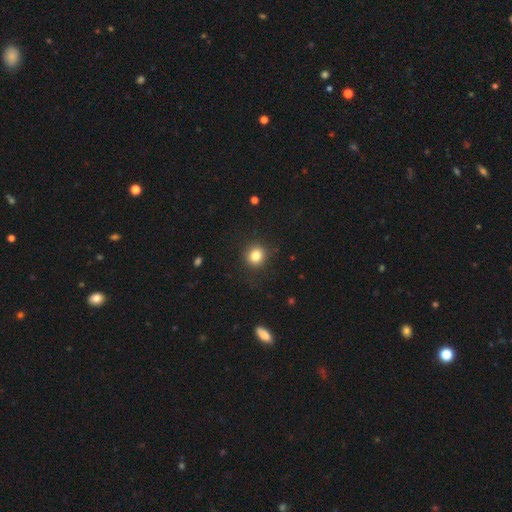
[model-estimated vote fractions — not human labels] Smooth or featured?
  - smooth: 83% *
  - star or artifact: 12%
  - featured or disk: 6%
How rounded?
  - round: 85% *
  - in between: 14%
  - cigar-shaped: 1%
Merging?
  - none: 87% *
  - minor disturbance: 9%
  - major disturbance: 3%
  - merger: 1%